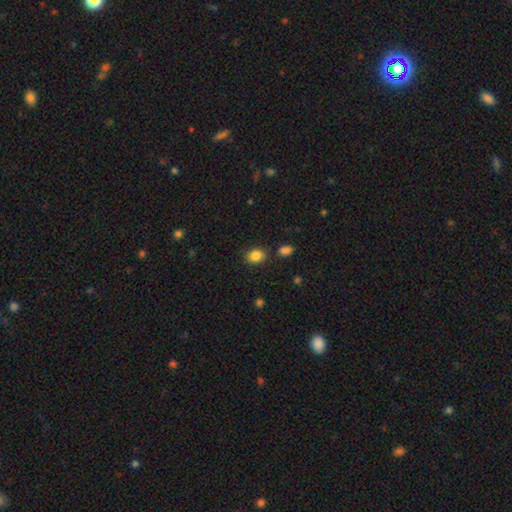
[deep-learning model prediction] The model was most divided on "how rounded": in between: 60%, round: 39%, cigar-shaped: 1%. More confident: smooth or featured — smooth (86%); merging — none (81%).